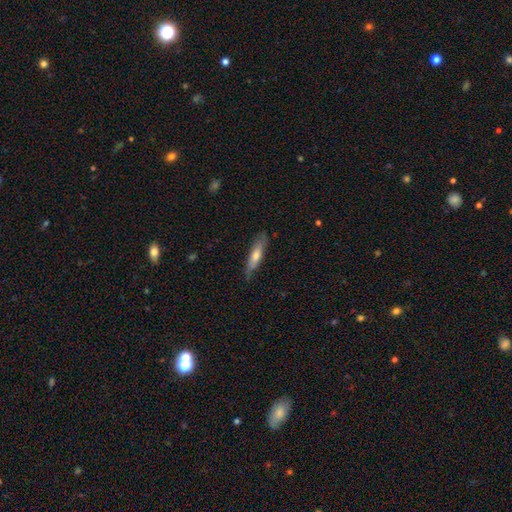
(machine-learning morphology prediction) Smooth or featured: smooth — 47% (featured or disk — 46%)
Merging: none — 82% (minor disturbance — 14%)